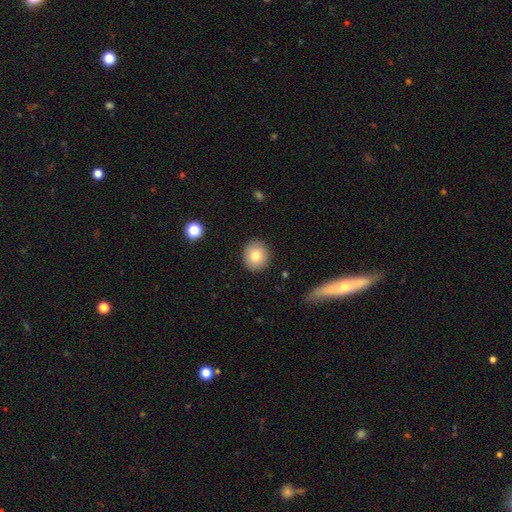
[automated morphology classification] type=smooth (80%); roundness=round (86%); merging=none (90%).